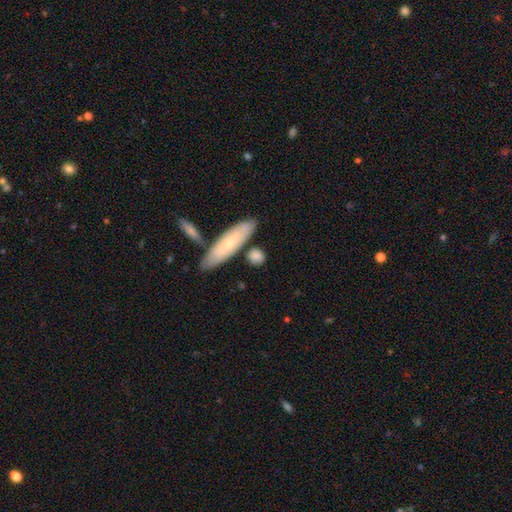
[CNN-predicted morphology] Q: Smooth or featured?
A: smooth (79%); runner-up: featured or disk (15%)
Q: How rounded?
A: round (44%); runner-up: in between (30%)
Q: Merging?
A: none (75%); runner-up: minor disturbance (13%)